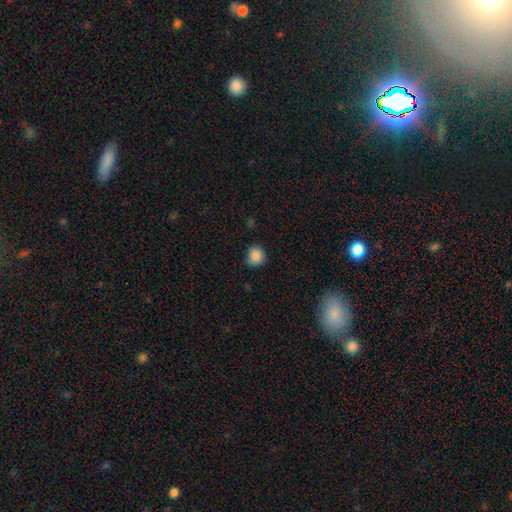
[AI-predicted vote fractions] smooth_or_featured: smooth (p=0.87) [alt: star or artifact p=0.09]
how_rounded: round (p=0.87) [alt: in between p=0.12]
merging: none (p=0.78) [alt: minor disturbance p=0.17]